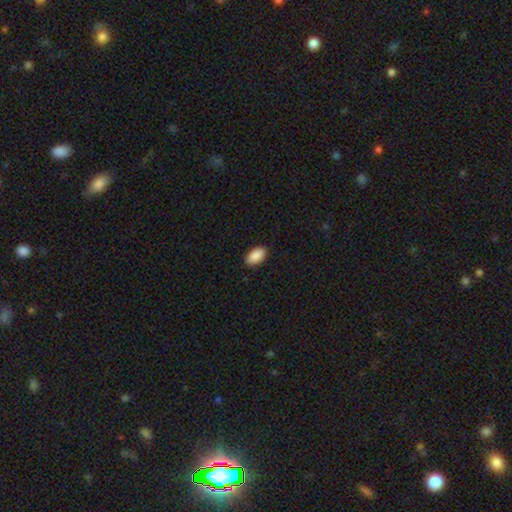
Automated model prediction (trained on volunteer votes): A smooth galaxy with no disk features (90%) that is in between round and cigar-shaped (94%).

Vote fractions:
- Smooth or featured? smooth: 90% / star or artifact: 7% / featured or disk: 3%
- How rounded? in between: 94% / round: 3% / cigar-shaped: 3%
- Merging? none: 89% / minor disturbance: 8% / major disturbance: 2% / merger: 1%